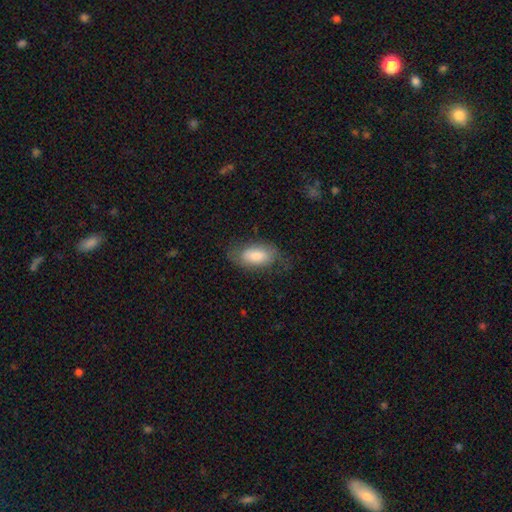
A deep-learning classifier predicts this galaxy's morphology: A smooth galaxy with no disk features (71%) that is in between round and cigar-shaped (91%). Merging: none (65%).